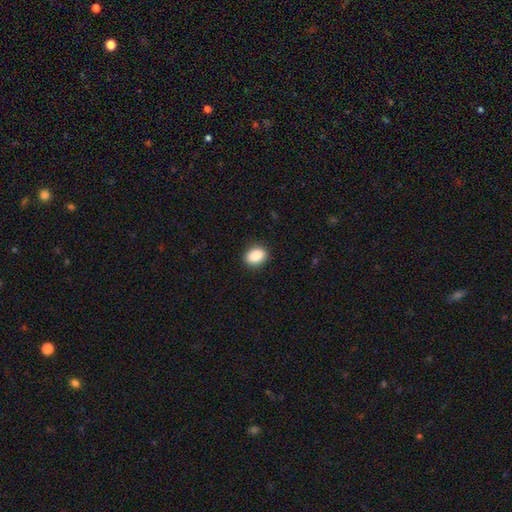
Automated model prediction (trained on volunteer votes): smooth_or_featured: smooth (p=0.88) [alt: star or artifact p=0.08]
how_rounded: in between (p=0.66) [alt: round p=0.33]
merging: none (p=0.90) [alt: minor disturbance p=0.07]